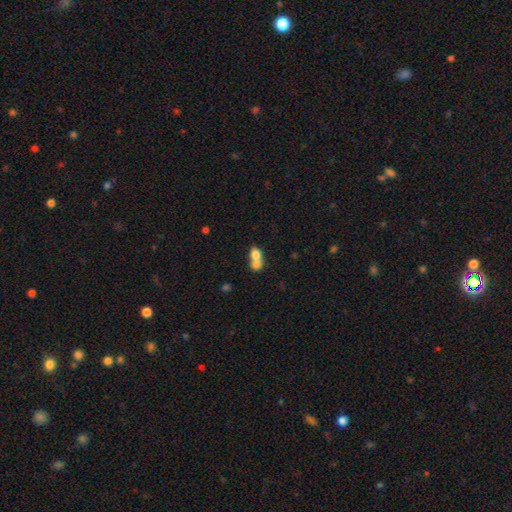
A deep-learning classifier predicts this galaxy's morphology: Overall: smooth (74%). How rounded: in between (57%; round 41%). Merging: merger (72%).